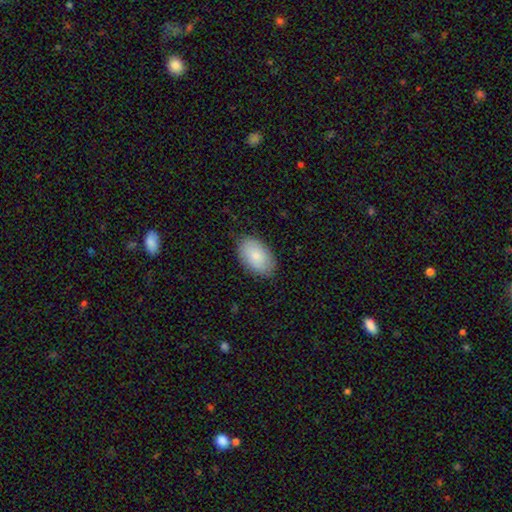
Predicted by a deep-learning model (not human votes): The model was most divided on "merging": none: 83%, minor disturbance: 13%, major disturbance: 3%, merger: 1%. More confident: how rounded — in between (93%); smooth or featured — smooth (82%).